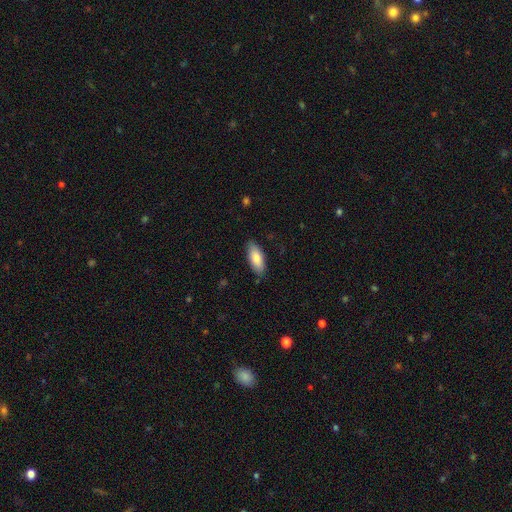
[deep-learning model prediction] smooth 82%, featured or disk 12%, star or artifact 6%. Down the decision tree: how rounded — in between (80%); merging — none (84%).